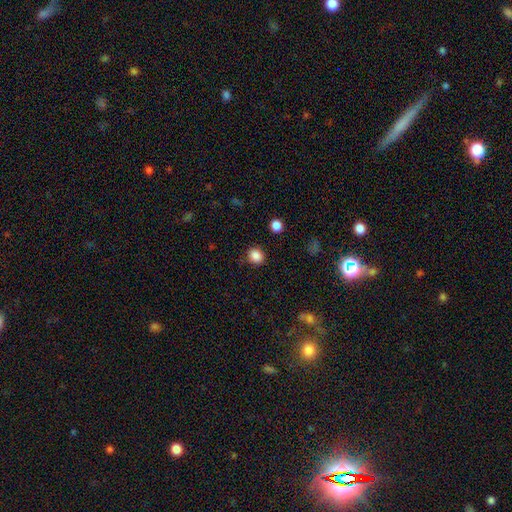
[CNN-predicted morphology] This is clearly a smooth galaxy (86%). How rounded: likely round (77%). Merging: clearly none (86%).